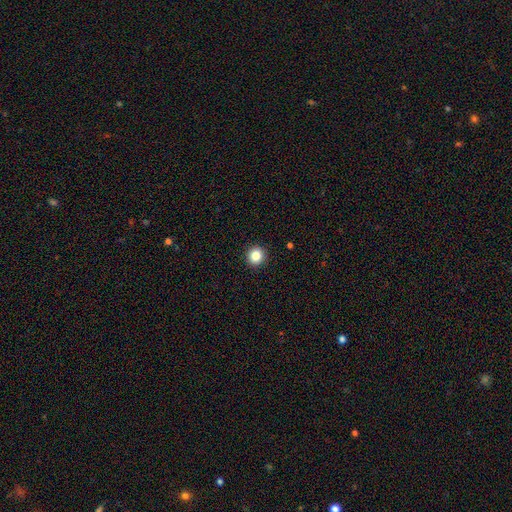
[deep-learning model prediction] Smooth or featured? smooth (85%)
How rounded? round (92%)
Merging? none (93%)